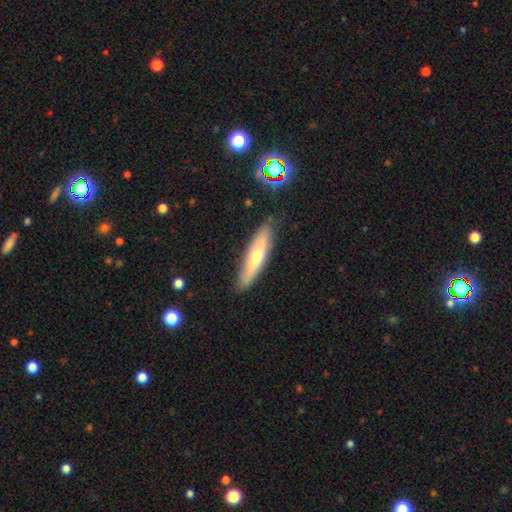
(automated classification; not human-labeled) Smooth or featured?
  - smooth: 57% *
  - featured or disk: 36%
  - star or artifact: 7%
How rounded?
  - cigar-shaped: 78% *
  - in between: 20%
  - round: 2%
Merging?
  - none: 85% *
  - minor disturbance: 11%
  - major disturbance: 2%
  - merger: 2%